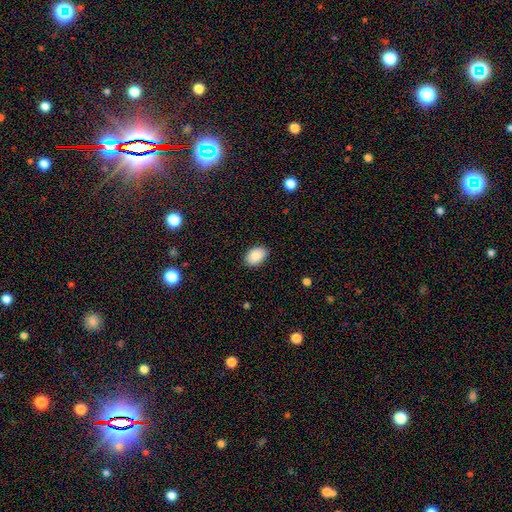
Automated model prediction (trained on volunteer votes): Smooth or featured? Predicted: smooth (p=0.89). How rounded? Predicted: in between (p=0.86). Merging? Predicted: none (p=0.86).